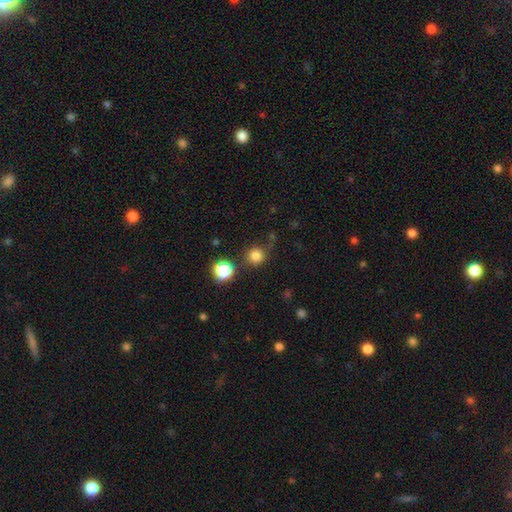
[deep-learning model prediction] Smooth or featured? Predicted: smooth (p=0.81). How rounded? Predicted: round (p=0.93). Merging? Predicted: none (p=0.78).